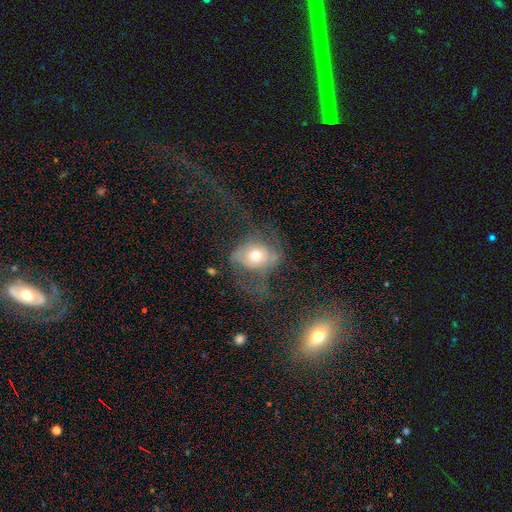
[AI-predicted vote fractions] smooth-or-featured: featured or disk: 46% | smooth: 44% | star or artifact: 10%
  merging: major disturbance: 45% | none: 33% | minor disturbance: 19% | merger: 3%